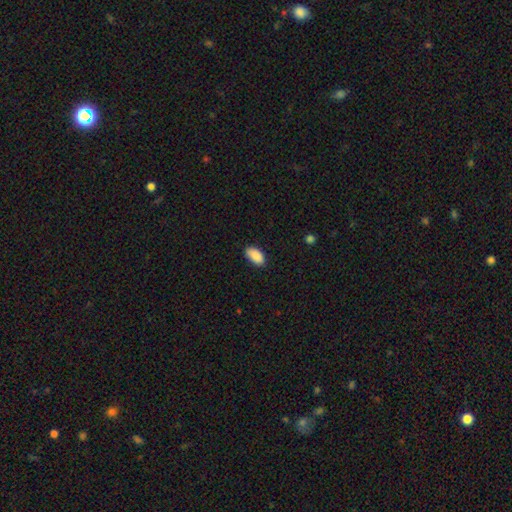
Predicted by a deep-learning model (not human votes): smooth-or-featured: smooth: 90% | star or artifact: 7% | featured or disk: 3%
  how-rounded: in between: 94% | round: 3% | cigar-shaped: 2%
  merging: none: 83% | minor disturbance: 14% | major disturbance: 2% | merger: 1%